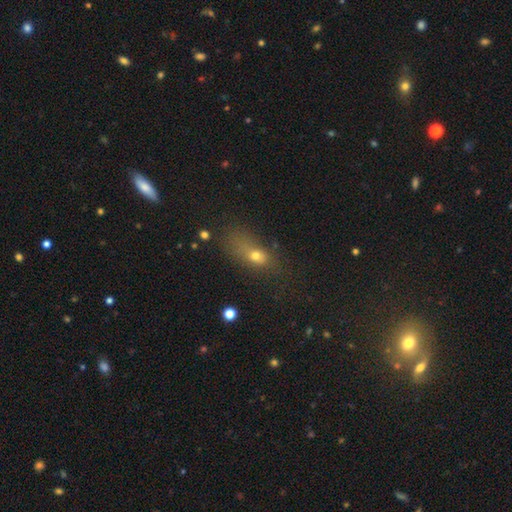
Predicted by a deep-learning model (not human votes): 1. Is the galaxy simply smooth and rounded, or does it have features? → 66% smooth, 17% featured or disk, 17% star or artifact.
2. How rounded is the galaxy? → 67% in between, 19% round, 14% cigar-shaped.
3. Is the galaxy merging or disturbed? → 39% none, 31% major disturbance, 24% minor disturbance, 6% merger.